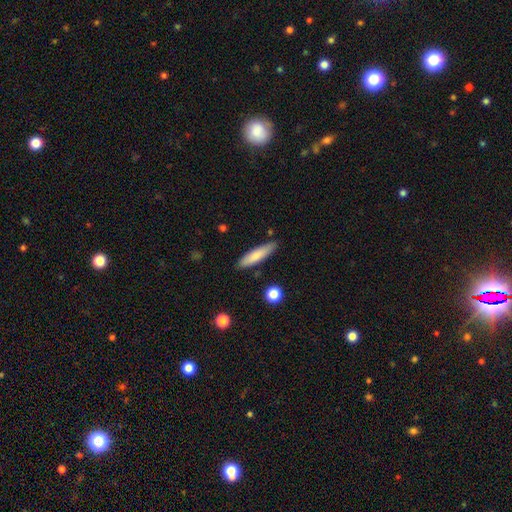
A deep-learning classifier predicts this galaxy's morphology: Q: Smooth or featured?
A: smooth (78%); runner-up: featured or disk (16%)
Q: How rounded?
A: cigar-shaped (75%); runner-up: in between (24%)
Q: Merging?
A: none (84%); runner-up: minor disturbance (12%)